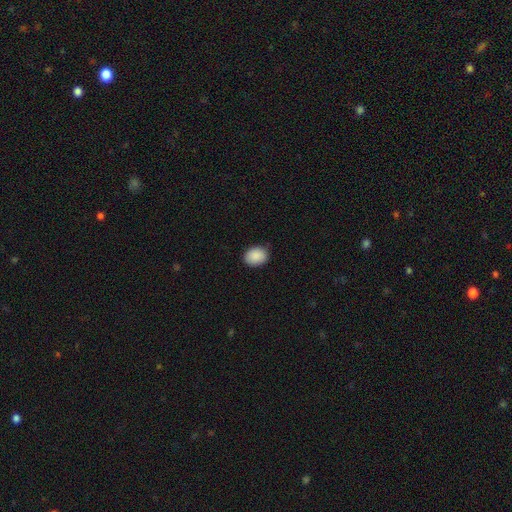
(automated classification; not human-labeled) Morphology: type=smooth (90%); roundness=in between (59%); merging=none (86%).